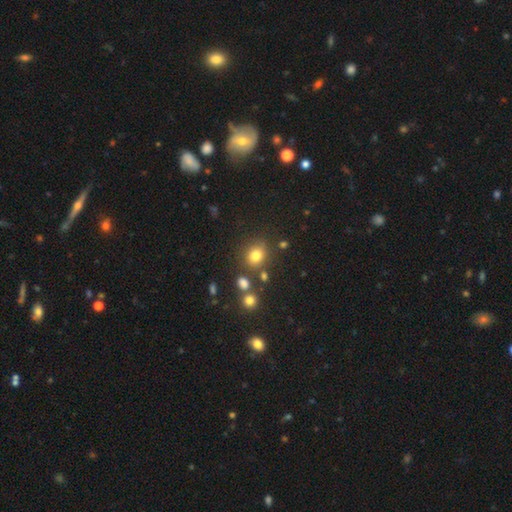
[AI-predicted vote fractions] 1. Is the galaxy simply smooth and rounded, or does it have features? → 77% smooth, 15% star or artifact, 7% featured or disk.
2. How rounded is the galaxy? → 75% round, 24% in between, 1% cigar-shaped.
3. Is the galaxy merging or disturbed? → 75% none, 12% minor disturbance, 9% merger, 4% major disturbance.